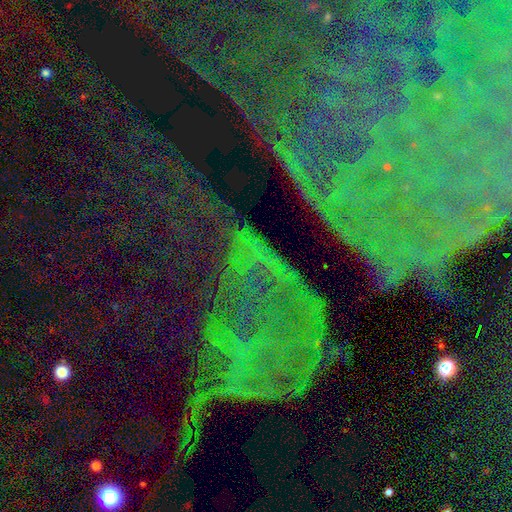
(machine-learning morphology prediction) Smooth or featured? star or artifact (77%)